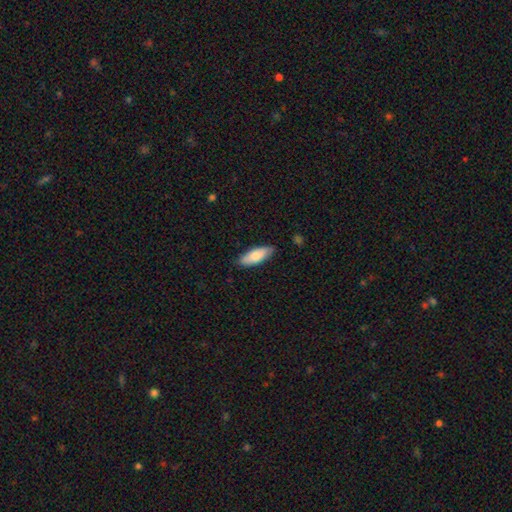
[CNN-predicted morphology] Smooth or featured? smooth (80%)
How rounded? in between (69%)
Merging? none (85%)